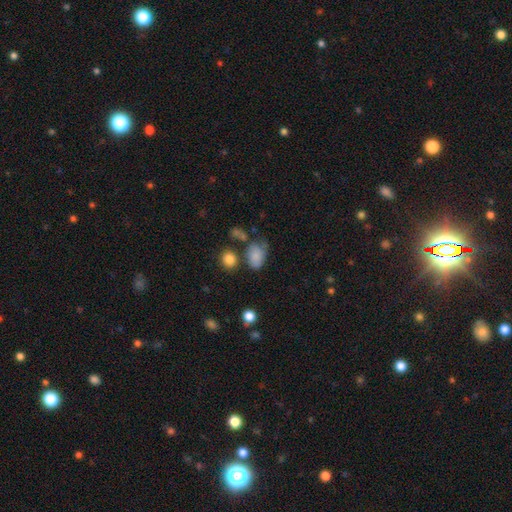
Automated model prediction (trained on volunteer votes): Morphology: type=smooth (79%); roundness=in between (81%); merging=none (45%).